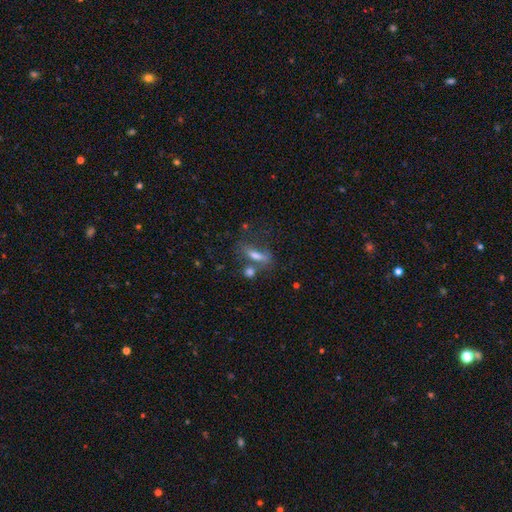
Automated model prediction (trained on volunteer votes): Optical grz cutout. It shows a smooth galaxy with no disk features (53%) that is cigar-shaped (47%). Merging: none (45%).